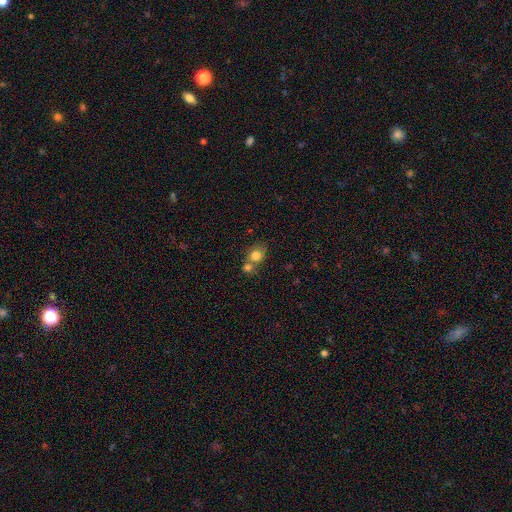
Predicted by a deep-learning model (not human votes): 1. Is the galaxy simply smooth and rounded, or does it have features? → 80% smooth, 11% star or artifact, 10% featured or disk.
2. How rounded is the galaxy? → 69% round, 29% in between, 1% cigar-shaped.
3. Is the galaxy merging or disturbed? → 45% none, 42% merger, 10% minor disturbance, 4% major disturbance.